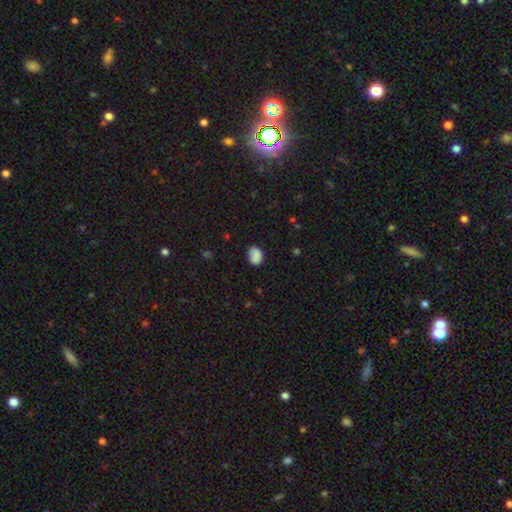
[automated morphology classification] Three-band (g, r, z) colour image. It shows a smooth galaxy with no disk features (84%) that is in between round and cigar-shaped (75%). Merging: none (71%).